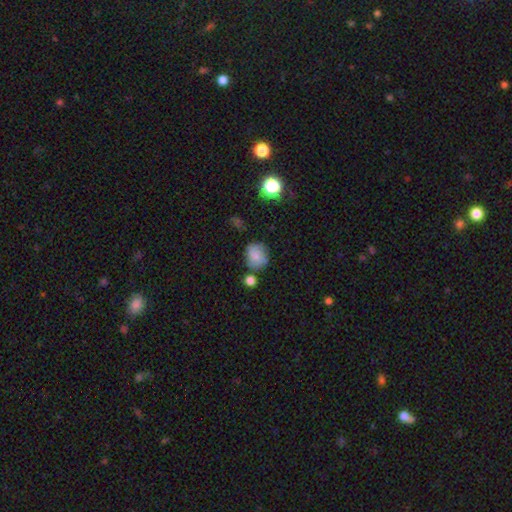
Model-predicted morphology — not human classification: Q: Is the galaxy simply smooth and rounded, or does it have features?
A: smooth — 71%.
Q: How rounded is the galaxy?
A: round — 70%.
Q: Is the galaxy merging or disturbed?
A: none — 62%.